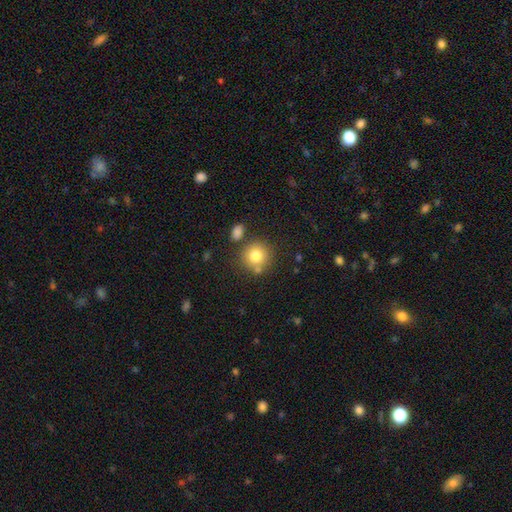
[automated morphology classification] A smooth galaxy with no disk features (79%) that is round (91%). Merging: none (73%).